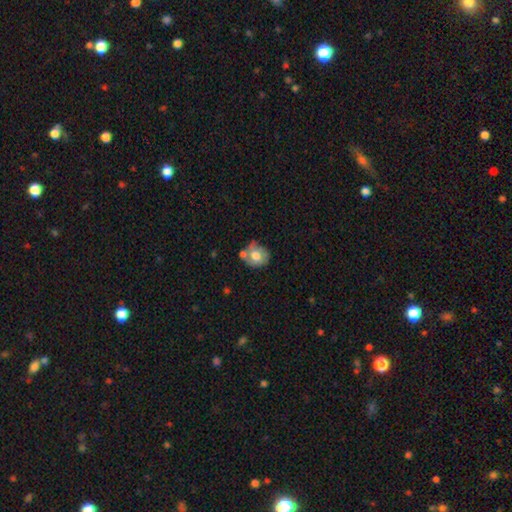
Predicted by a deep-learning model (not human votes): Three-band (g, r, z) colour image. It shows a smooth galaxy with no disk features (63%) that is round (66%). Merging: none (48%).